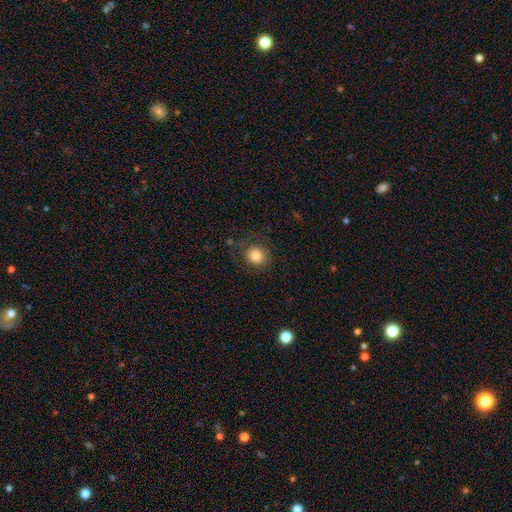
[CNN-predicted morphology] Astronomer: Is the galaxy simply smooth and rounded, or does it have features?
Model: smooth — 82%.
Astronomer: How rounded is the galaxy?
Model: round — 83%.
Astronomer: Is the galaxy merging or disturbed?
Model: none — 80%.